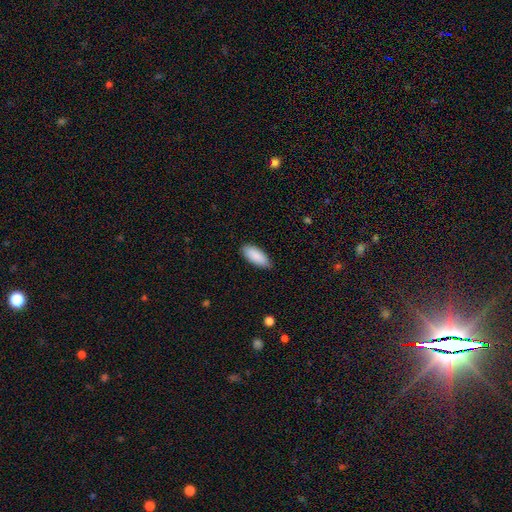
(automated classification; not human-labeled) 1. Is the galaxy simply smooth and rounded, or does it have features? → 89% smooth, 6% star or artifact, 5% featured or disk.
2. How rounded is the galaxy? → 86% in between, 12% cigar-shaped, 2% round.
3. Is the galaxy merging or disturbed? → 84% none, 13% minor disturbance, 2% major disturbance, 1% merger.